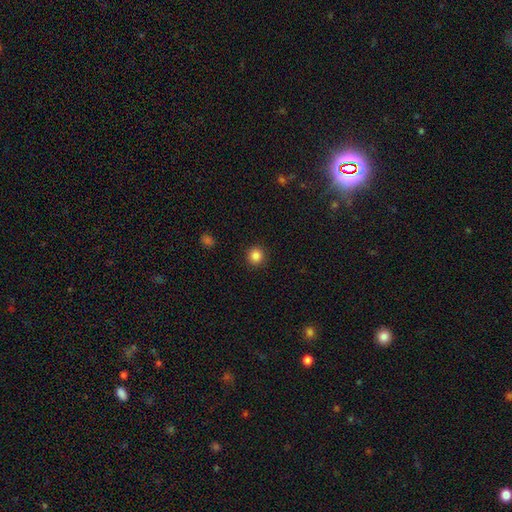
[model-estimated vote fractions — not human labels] This appears to be a smooth galaxy with no disk features (86%) that is round (93%). Merging: none (92%).